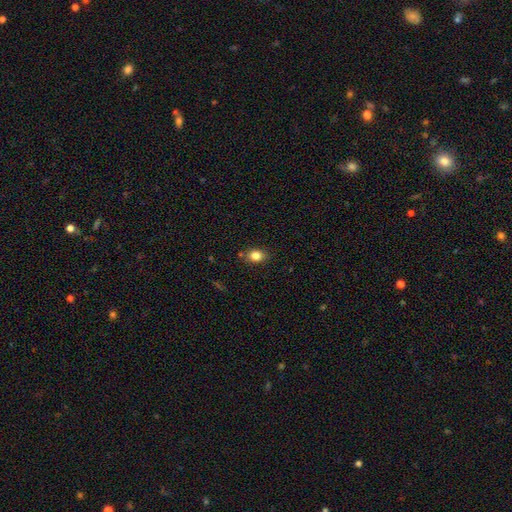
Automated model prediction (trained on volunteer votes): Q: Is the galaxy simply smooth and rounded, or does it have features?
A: smooth — 83%.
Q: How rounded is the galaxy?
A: in between — 57%.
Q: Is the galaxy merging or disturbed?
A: none — 82%.